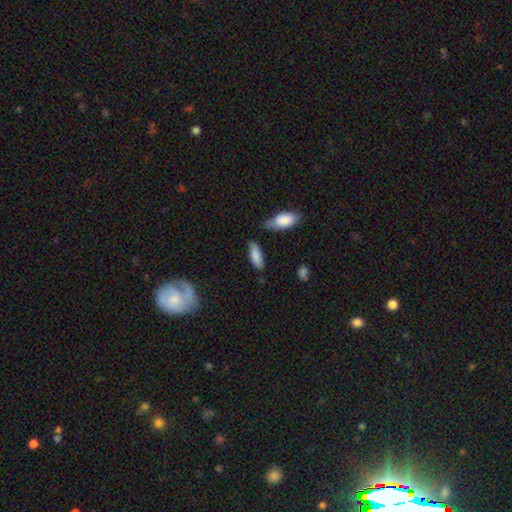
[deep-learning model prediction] smooth_or_featured: smooth (p=0.83) [alt: featured or disk p=0.10]
how_rounded: in between (p=0.70) [alt: cigar-shaped p=0.28]
merging: none (p=0.71) [alt: minor disturbance p=0.19]